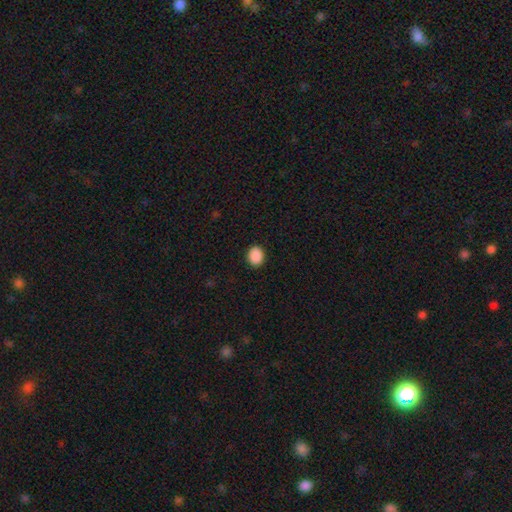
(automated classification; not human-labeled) A smooth galaxy with no disk features (89%) that is round (60%). Merging: none (91%).